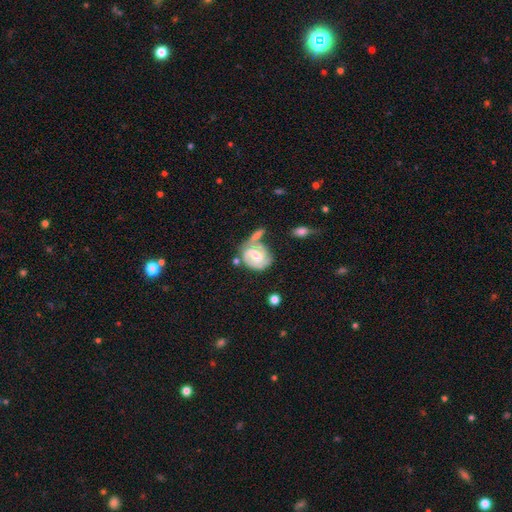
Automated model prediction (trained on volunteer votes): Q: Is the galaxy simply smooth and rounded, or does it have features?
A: featured or disk — 80%.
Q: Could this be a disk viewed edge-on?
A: no — 97%.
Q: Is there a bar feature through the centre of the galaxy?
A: weak — 50%.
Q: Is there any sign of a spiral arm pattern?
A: yes — 91%.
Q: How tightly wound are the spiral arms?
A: tight — 49%.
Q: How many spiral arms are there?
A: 2 — 71%.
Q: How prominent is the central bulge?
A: moderate — 57%.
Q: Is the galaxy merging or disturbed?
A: none — 41%.